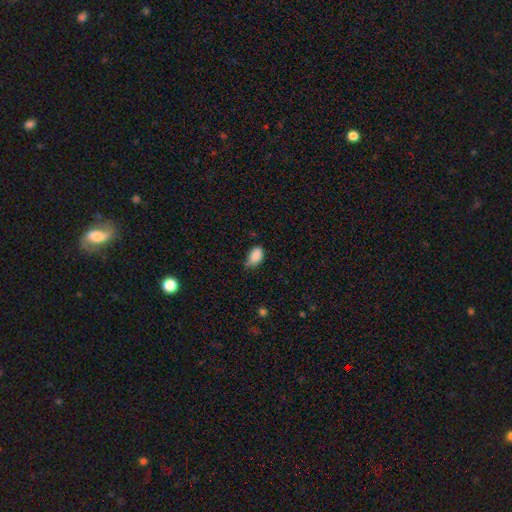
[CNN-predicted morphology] This is clearly a smooth galaxy (88%). How rounded: clearly in between (91%). Merging: possibly none (56%).